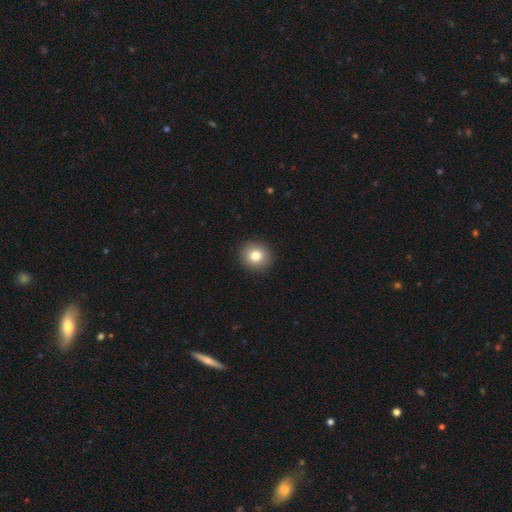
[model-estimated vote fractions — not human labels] Q: Smooth or featured?
A: smooth (81%); runner-up: star or artifact (10%)
Q: How rounded?
A: round (89%); runner-up: in between (10%)
Q: Merging?
A: none (92%); runner-up: minor disturbance (5%)